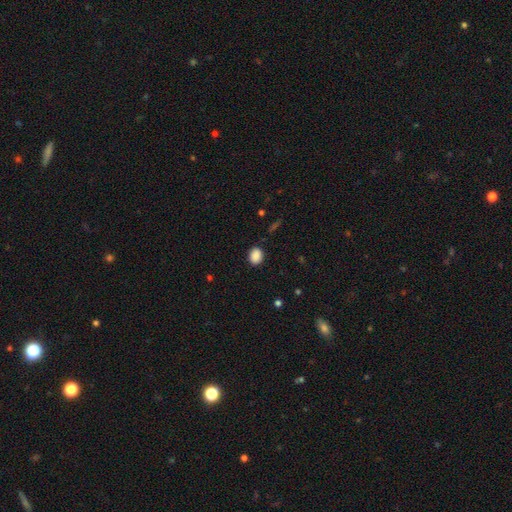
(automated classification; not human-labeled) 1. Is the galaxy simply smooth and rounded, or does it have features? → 88% smooth, 9% star or artifact, 3% featured or disk.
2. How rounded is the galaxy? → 55% in between, 44% round, 1% cigar-shaped.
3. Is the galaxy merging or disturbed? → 87% none, 10% minor disturbance, 3% major disturbance, 1% merger.